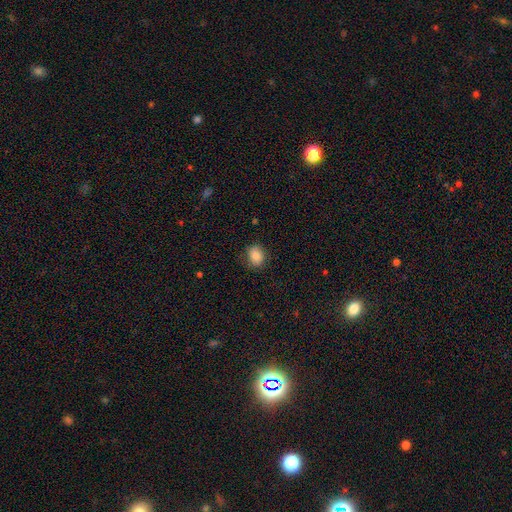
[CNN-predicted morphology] smooth-or-featured: smooth: 84% | star or artifact: 9% | featured or disk: 7%
  how-rounded: in between: 50% | round: 49% | cigar-shaped: 1%
  merging: none: 79% | minor disturbance: 16% | major disturbance: 4% | merger: 1%